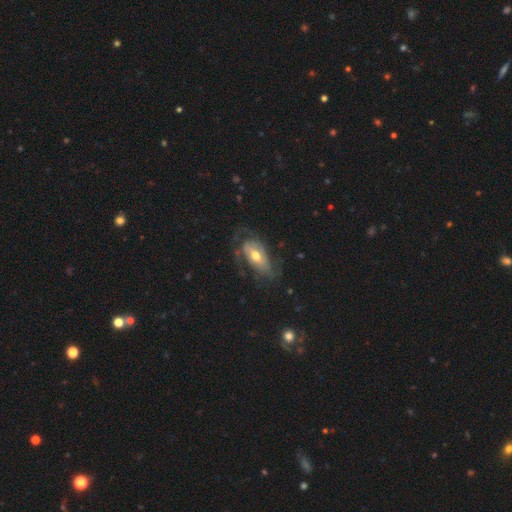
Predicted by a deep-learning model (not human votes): A featured or disk galaxy (63%) with no bar (63%), spiral arms (72%) and a moderate central bulge (69%). Merging: none (47%).